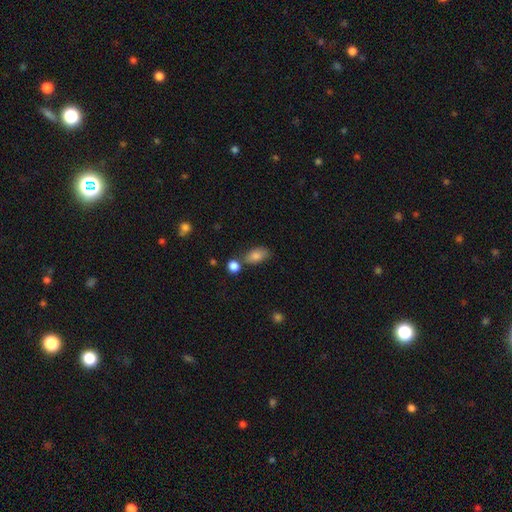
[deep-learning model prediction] Smooth or featured? Predicted: smooth (p=0.82). How rounded? Predicted: in between (p=0.89). Merging? Predicted: none (p=0.61).